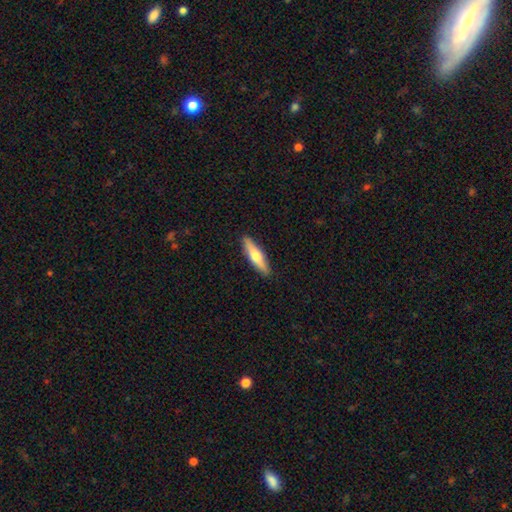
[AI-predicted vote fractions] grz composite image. It shows a smooth galaxy with no disk features (54%) that is cigar-shaped (77%). Merging: none (90%).